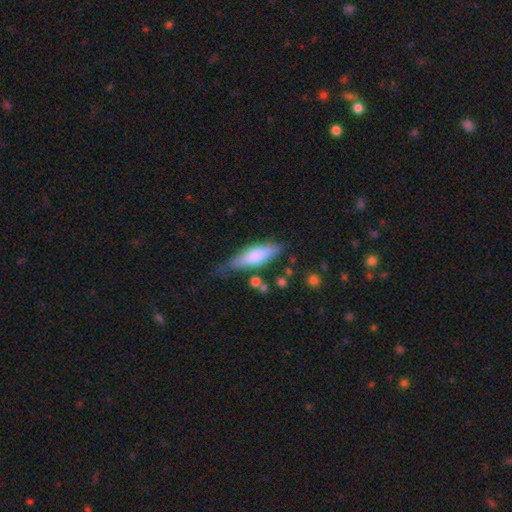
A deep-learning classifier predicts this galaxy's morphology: Overall: smooth (61%; featured or disk 33%). How rounded: cigar-shaped (55%; in between 43%). Merging: none (66%).